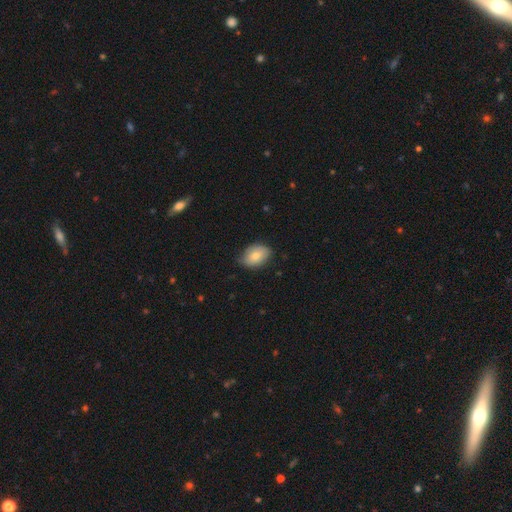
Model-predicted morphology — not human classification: Overall: smooth (76%). How rounded: in between (80%). Merging: none (75%).